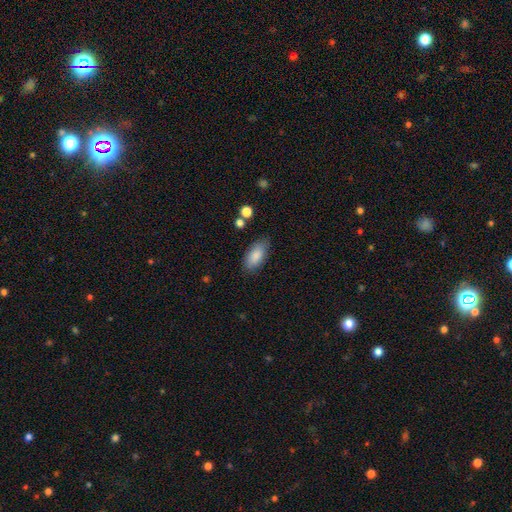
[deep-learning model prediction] smooth_or_featured: smooth (p=0.85) [alt: featured or disk p=0.08]
how_rounded: in between (p=0.88) [alt: cigar-shaped p=0.09]
merging: none (p=0.81) [alt: minor disturbance p=0.14]